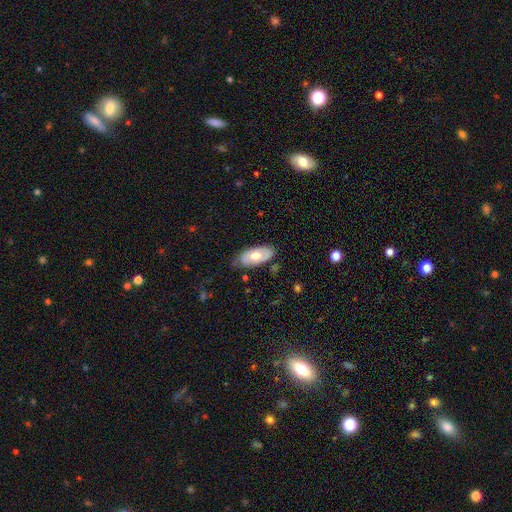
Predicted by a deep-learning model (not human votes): Overall: smooth (53%; featured or disk 41%). How rounded: in between (92%). Merging: none (71%).